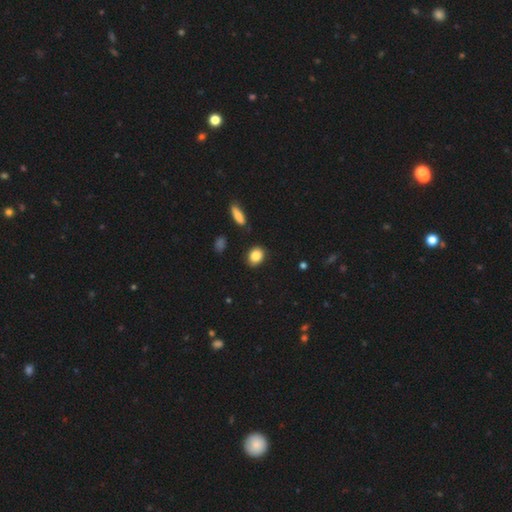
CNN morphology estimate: Q: Smooth or featured?
A: smooth (86%); runner-up: star or artifact (9%)
Q: How rounded?
A: in between (53%); runner-up: round (46%)
Q: Merging?
A: none (84%); runner-up: minor disturbance (11%)